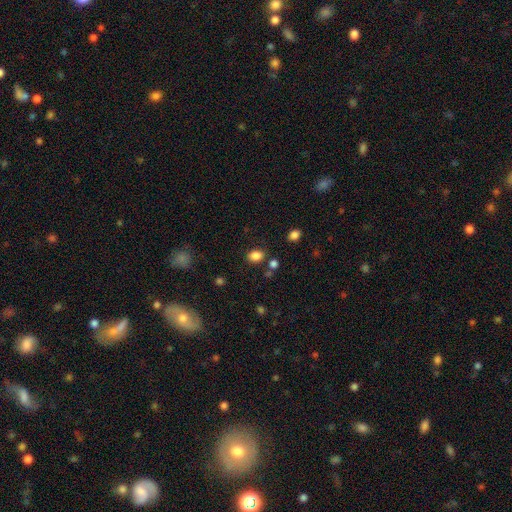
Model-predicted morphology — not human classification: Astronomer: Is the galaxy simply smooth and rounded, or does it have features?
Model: smooth — 85%.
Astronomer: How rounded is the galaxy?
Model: in between — 64%.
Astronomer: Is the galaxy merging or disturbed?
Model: none — 79%.